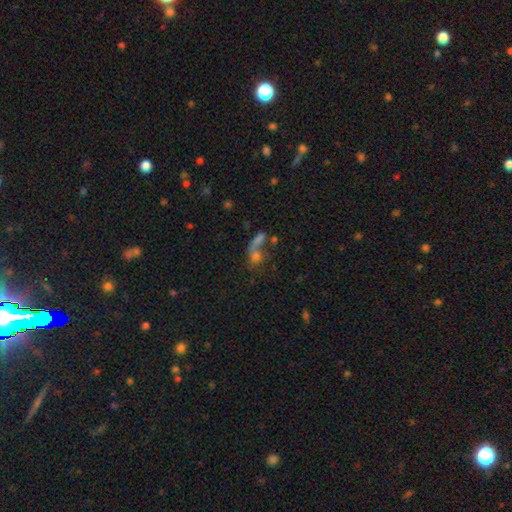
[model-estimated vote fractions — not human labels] Smooth or featured: smooth — 51% (featured or disk — 25%)
How rounded: in between — 46% (round — 45%)
Merging: merger — 44% (none — 29%)